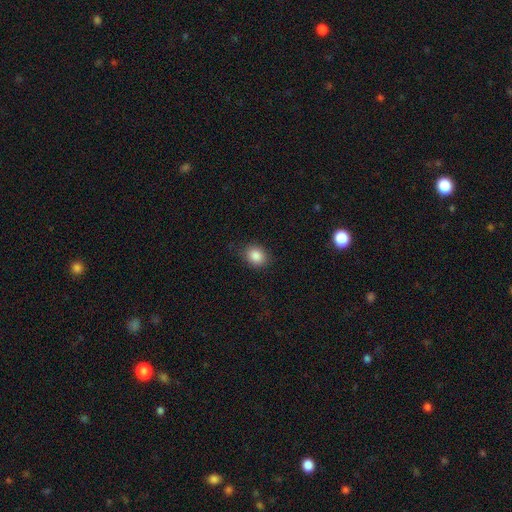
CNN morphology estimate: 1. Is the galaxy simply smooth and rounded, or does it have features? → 86% smooth, 9% star or artifact, 5% featured or disk.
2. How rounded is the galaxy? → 52% round, 47% in between, 1% cigar-shaped.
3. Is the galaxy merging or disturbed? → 81% none, 14% minor disturbance, 4% major disturbance, 1% merger.